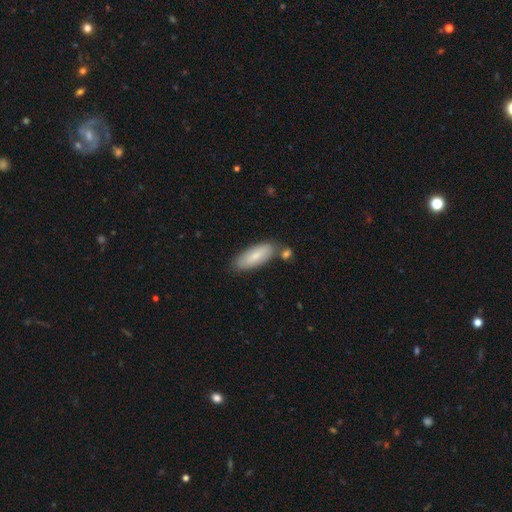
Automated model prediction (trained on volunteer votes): smooth 76%, featured or disk 19%, star or artifact 6%. Down the decision tree: how rounded — in between (67%); merging — none (74%).